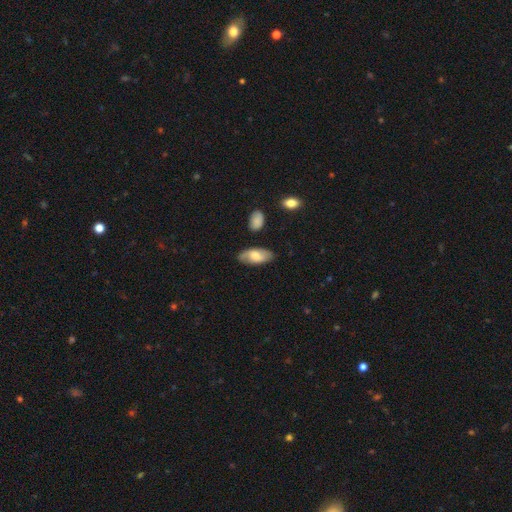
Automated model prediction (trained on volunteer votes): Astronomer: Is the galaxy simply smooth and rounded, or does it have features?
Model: smooth — 63%.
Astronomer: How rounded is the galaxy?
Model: in between — 90%.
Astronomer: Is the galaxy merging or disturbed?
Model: none — 76%.